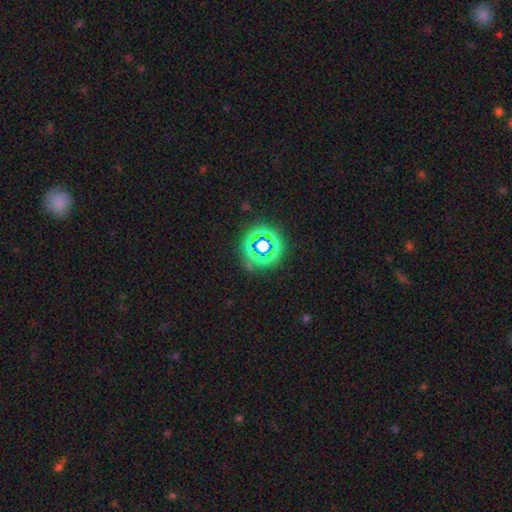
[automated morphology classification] The model was most divided on "smooth or featured": star or artifact: 71%, smooth: 22%, featured or disk: 6%.